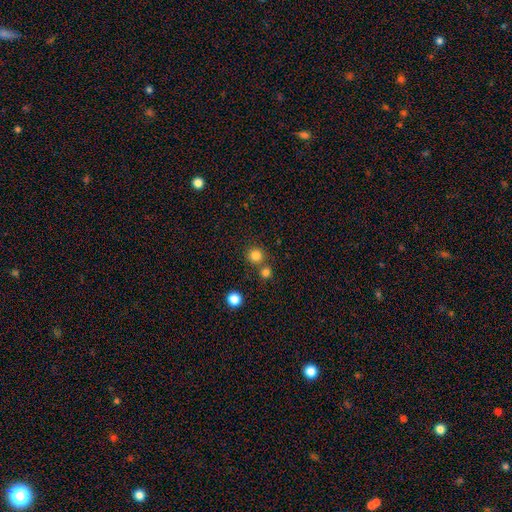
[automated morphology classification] smooth_or_featured: smooth (p=0.81) [alt: star or artifact p=0.14]
how_rounded: round (p=0.94) [alt: in between p=0.05]
merging: none (p=0.74) [alt: merger p=0.17]